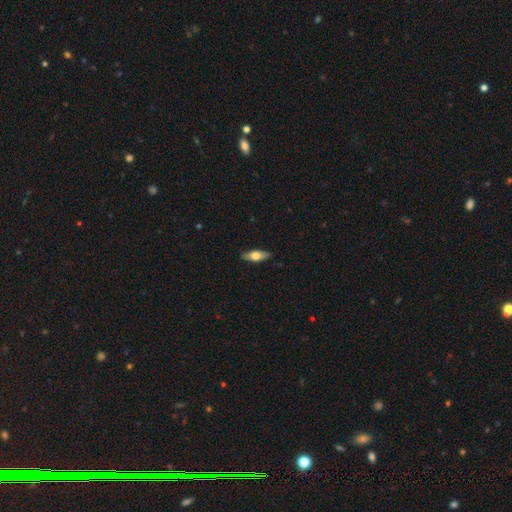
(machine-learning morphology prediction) A smooth galaxy with no disk features (61%) that is in between round and cigar-shaped (67%). Merging: none (87%).